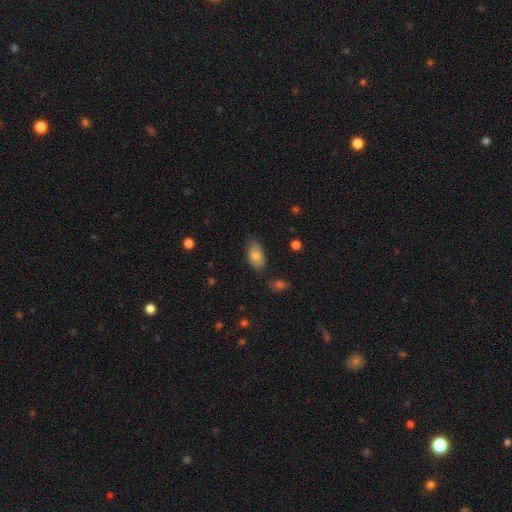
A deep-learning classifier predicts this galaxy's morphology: A smooth galaxy with no disk features (77%) that is in between round and cigar-shaped (92%).

Vote fractions:
- Smooth or featured? smooth: 77% / featured or disk: 15% / star or artifact: 8%
- How rounded? in between: 92% / round: 5% / cigar-shaped: 3%
- Merging? none: 77% / minor disturbance: 16% / merger: 3% / major disturbance: 3%